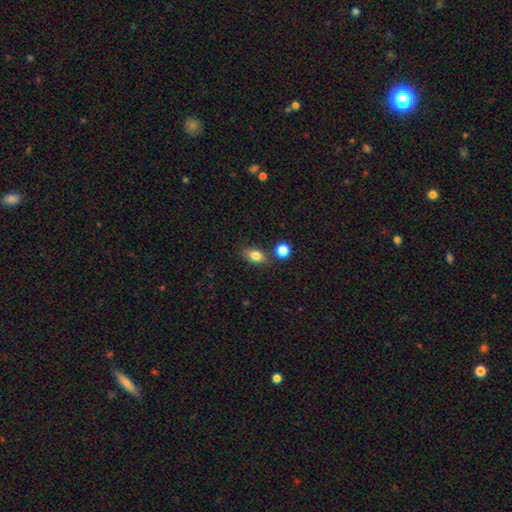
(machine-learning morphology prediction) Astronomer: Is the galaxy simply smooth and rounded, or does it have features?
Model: smooth — 82%.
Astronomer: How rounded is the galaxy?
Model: in between — 78%.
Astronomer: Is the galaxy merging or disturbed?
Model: none — 73%.